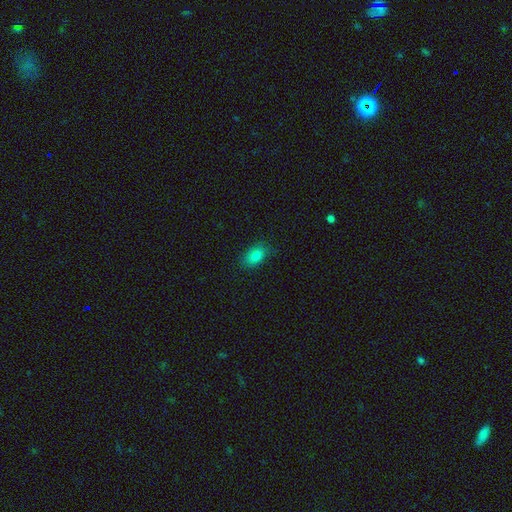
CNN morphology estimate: smooth_or_featured: smooth (p=0.83) [alt: star or artifact p=0.09]
how_rounded: in between (p=0.88) [alt: round p=0.09]
merging: none (p=0.80) [alt: minor disturbance p=0.16]